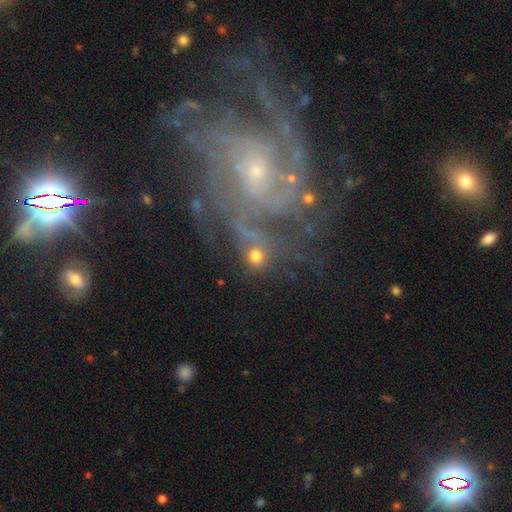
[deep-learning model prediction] This is possibly a smooth galaxy (51%). How rounded: clearly round (87%). Merging: possibly none (60%).